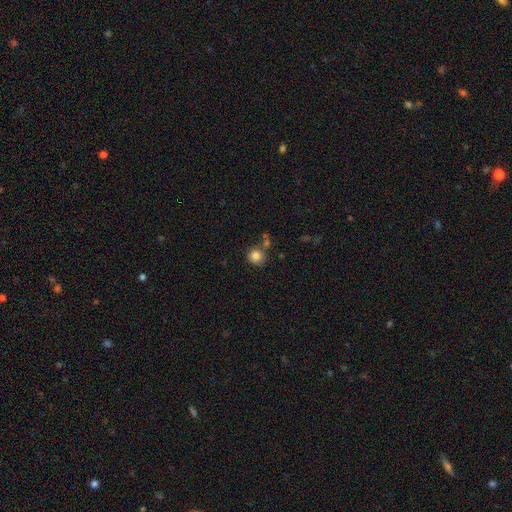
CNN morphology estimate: Smooth or featured? smooth (84%)
How rounded? round (91%)
Merging? none (70%)